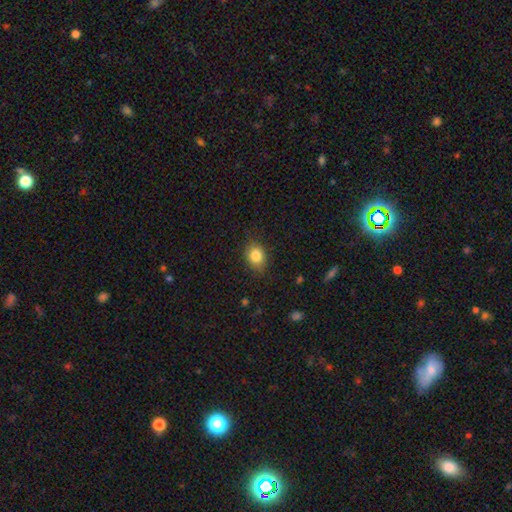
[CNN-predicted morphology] Smooth or featured?
  - smooth: 83% *
  - star or artifact: 9%
  - featured or disk: 8%
How rounded?
  - in between: 59% *
  - round: 40%
  - cigar-shaped: 1%
Merging?
  - none: 81% *
  - minor disturbance: 15%
  - major disturbance: 3%
  - merger: 1%